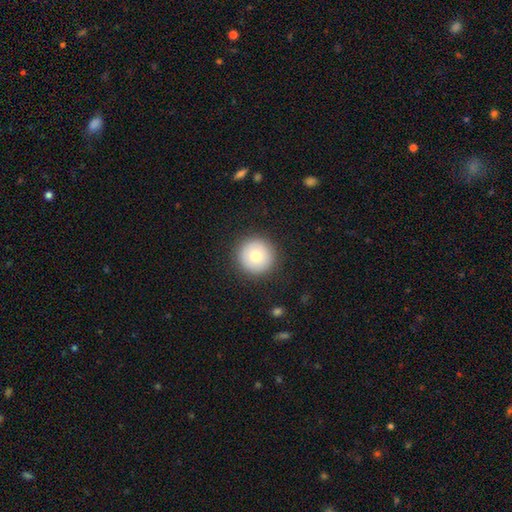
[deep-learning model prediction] A smooth galaxy with no disk features (75%) that is round (96%). Merging: none (90%).